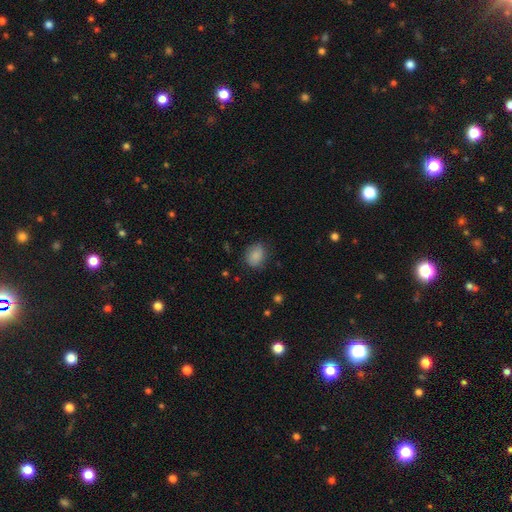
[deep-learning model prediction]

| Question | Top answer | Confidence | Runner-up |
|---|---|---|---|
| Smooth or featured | smooth | 85% | star or artifact (9%) |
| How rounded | round | 51% | in between (48%) |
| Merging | none | 74% | minor disturbance (20%) |